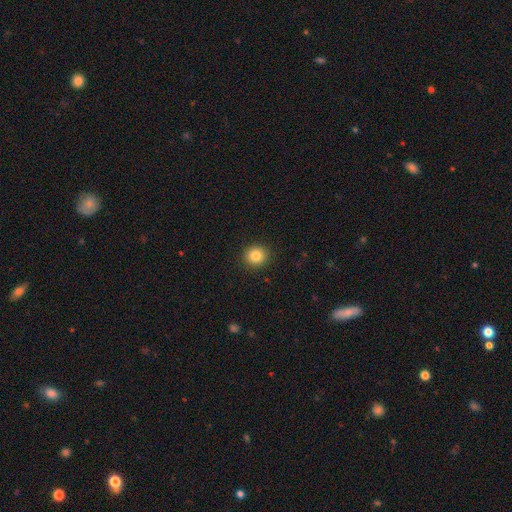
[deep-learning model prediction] smooth-or-featured: smooth: 83% | star or artifact: 11% | featured or disk: 6%
  how-rounded: round: 90% | in between: 9% | cigar-shaped: 1%
  merging: none: 92% | minor disturbance: 6% | major disturbance: 2% | merger: 1%